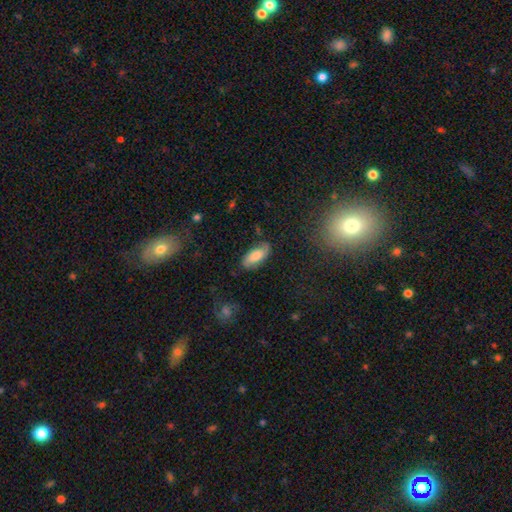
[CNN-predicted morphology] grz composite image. It shows a smooth galaxy with no disk features (63%) that is in between round and cigar-shaped (88%). Merging: none (74%).